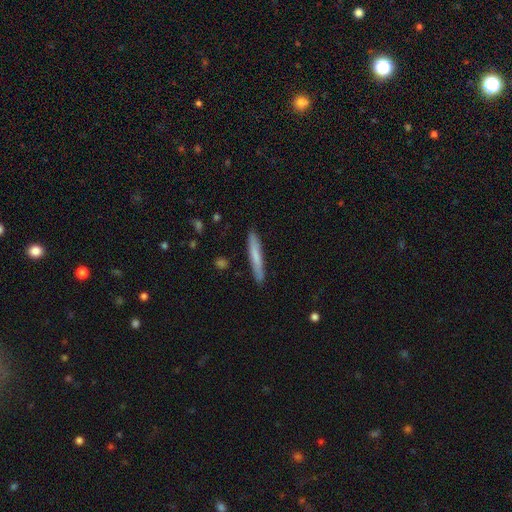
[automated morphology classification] Q: Smooth or featured?
A: smooth (68%); runner-up: featured or disk (26%)
Q: How rounded?
A: cigar-shaped (95%); runner-up: in between (4%)
Q: Merging?
A: none (89%); runner-up: minor disturbance (9%)